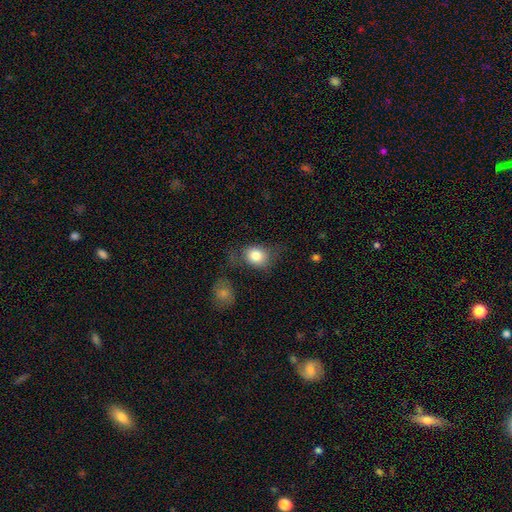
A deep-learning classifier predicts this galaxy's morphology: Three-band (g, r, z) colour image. It shows a smooth galaxy with no disk features (81%) that is round (57%). Merging: none (57%).